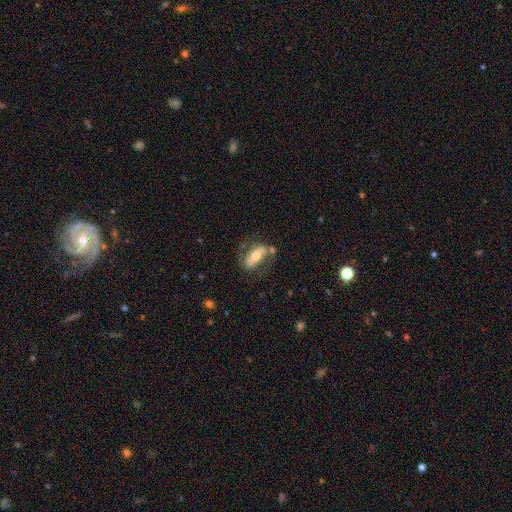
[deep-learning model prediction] Smooth or featured?
  - featured or disk: 54% *
  - smooth: 39%
  - star or artifact: 6%
Edge-on disk?
  - no: 81% *
  - yes: 19%
Merging?
  - none: 59% *
  - minor disturbance: 20%
  - major disturbance: 13%
  - merger: 8%